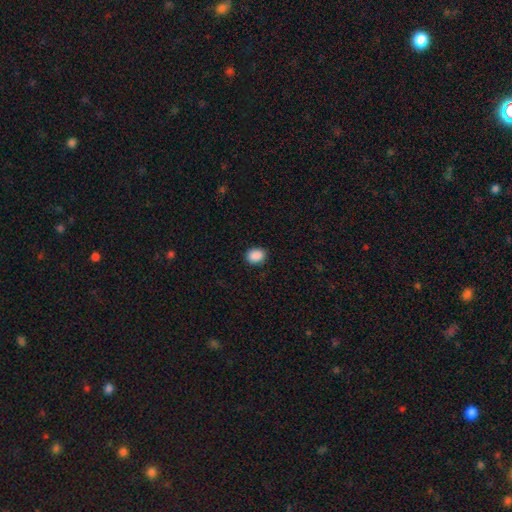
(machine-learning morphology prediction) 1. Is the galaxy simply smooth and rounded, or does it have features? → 89% smooth, 8% star or artifact, 2% featured or disk.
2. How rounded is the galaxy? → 55% in between, 44% round, 1% cigar-shaped.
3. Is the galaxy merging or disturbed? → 88% none, 9% minor disturbance, 2% major disturbance, 1% merger.